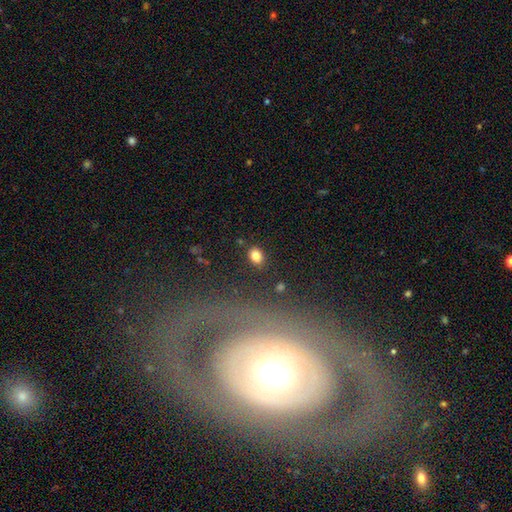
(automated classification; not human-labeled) A smooth galaxy with no disk features (82%) that is in between round and cigar-shaped (57%).

Vote fractions:
- Smooth or featured? smooth: 82% / star or artifact: 11% / featured or disk: 6%
- How rounded? in between: 57% / round: 42% / cigar-shaped: 1%
- Merging? none: 85% / minor disturbance: 10% / major disturbance: 3% / merger: 3%